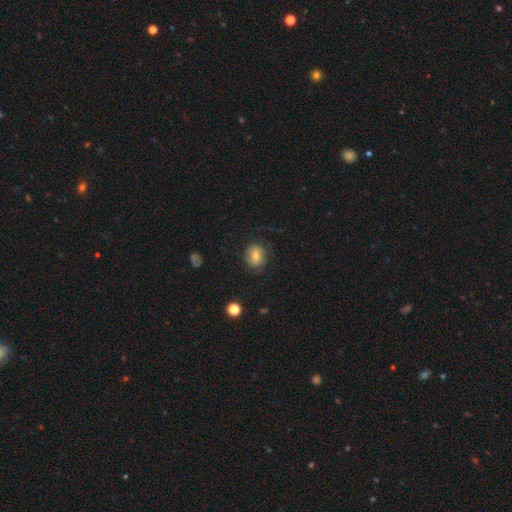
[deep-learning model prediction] smooth 72%, featured or disk 18%, star or artifact 10%. Down the decision tree: how rounded — round (64%); merging — none (69%).